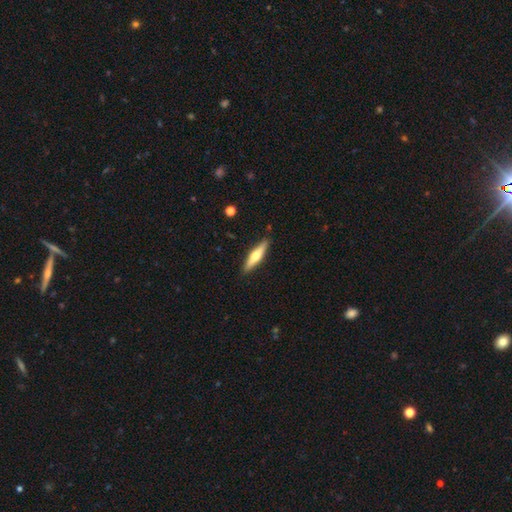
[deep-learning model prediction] smooth-or-featured: featured or disk: 52% | smooth: 43% | star or artifact: 5%
  disk-edge-on: yes: 95% | no: 5%
  merging: none: 90% | minor disturbance: 8% | major disturbance: 2% | merger: 1%